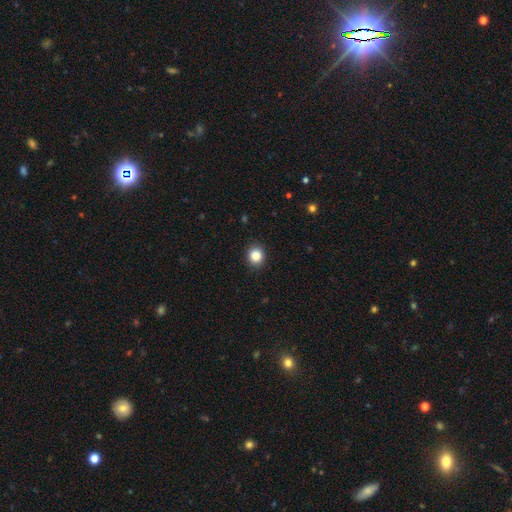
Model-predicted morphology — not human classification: A smooth galaxy with no disk features (87%) that is round (80%). Merging: none (91%).